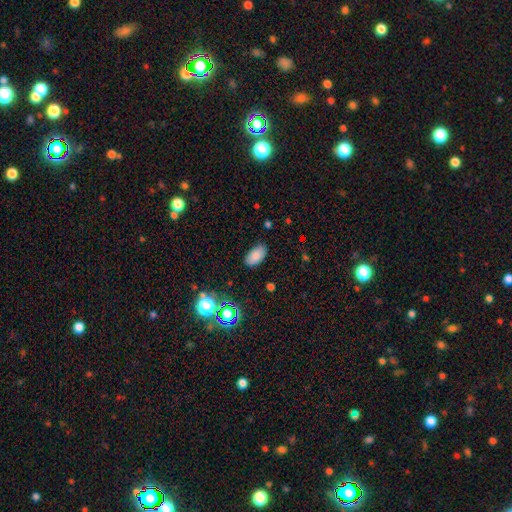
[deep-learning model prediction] Smooth or featured? Predicted: smooth (p=0.83). How rounded? Predicted: in between (p=0.94). Merging? Predicted: none (p=0.85).